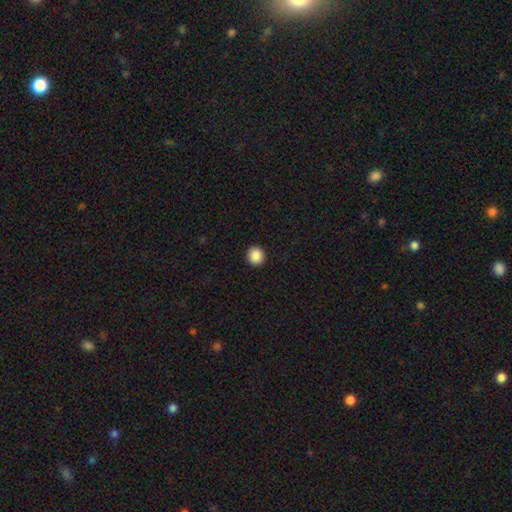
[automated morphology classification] The model was most divided on "smooth or featured": smooth: 89%, star or artifact: 9%, featured or disk: 3%. More confident: merging — none (93%); how rounded — round (91%).